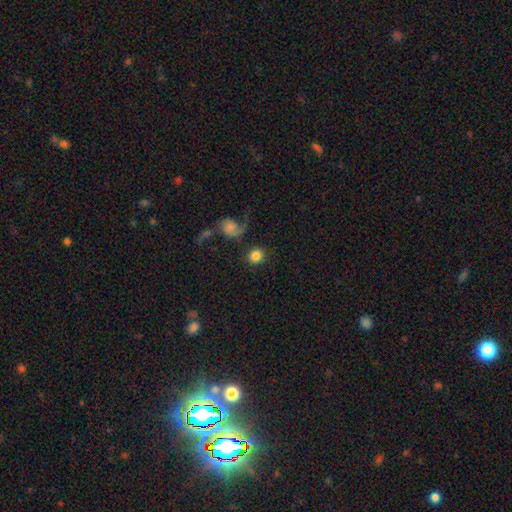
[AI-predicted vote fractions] Smooth or featured? Predicted: smooth (p=0.82). How rounded? Predicted: round (p=0.86). Merging? Predicted: none (p=0.76).